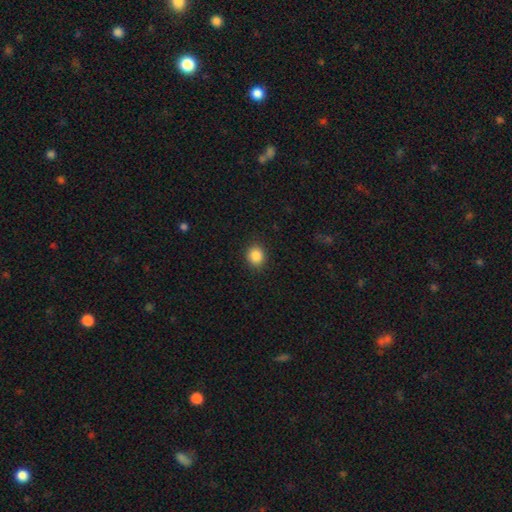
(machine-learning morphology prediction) smooth_or_featured: smooth (p=0.87) [alt: star or artifact p=0.09]
how_rounded: round (p=0.77) [alt: in between p=0.22]
merging: none (p=0.90) [alt: minor disturbance p=0.07]